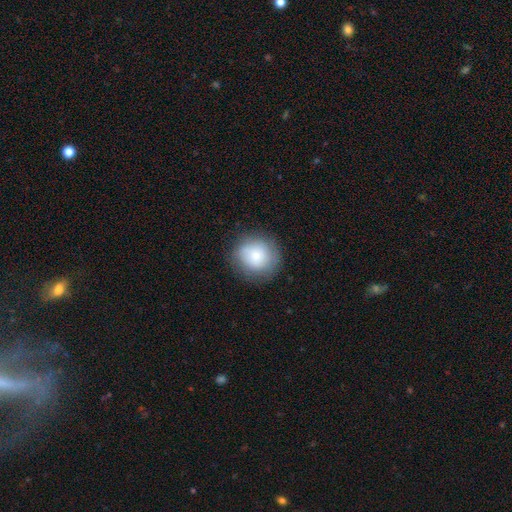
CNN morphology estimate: Smooth or featured? smooth (78%)
How rounded? round (90%)
Merging? none (81%)